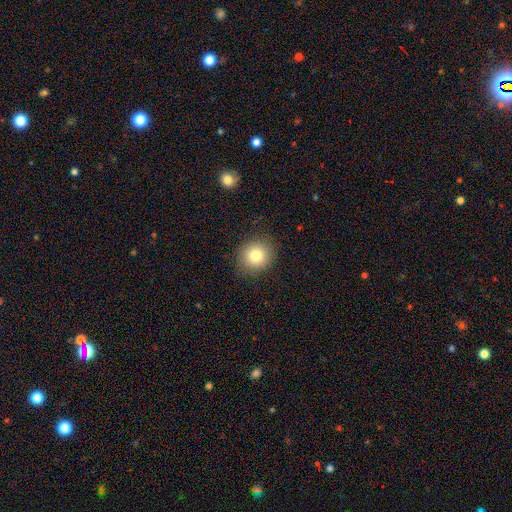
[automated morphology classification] A smooth galaxy with no disk features (80%) that is round (84%). Merging: none (87%).